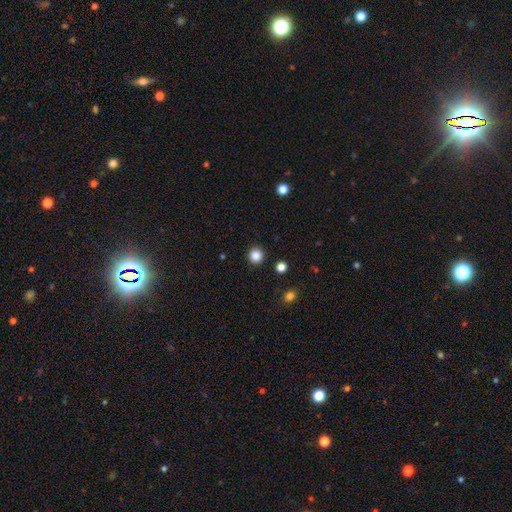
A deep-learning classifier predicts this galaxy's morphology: Smooth or featured? smooth (86%)
How rounded? round (94%)
Merging? none (92%)